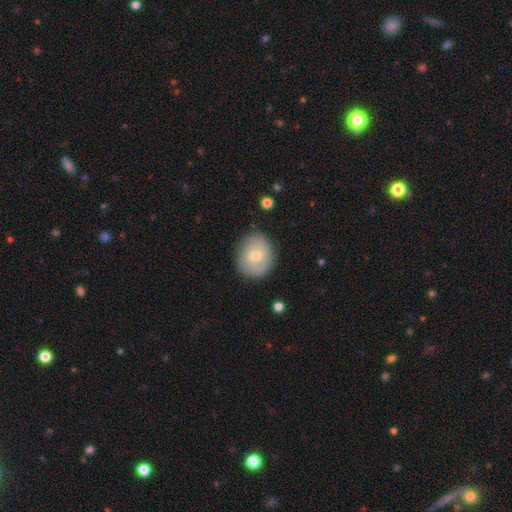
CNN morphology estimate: Smooth or featured? Predicted: smooth (p=0.63). How rounded? Predicted: round (p=0.60). Merging? Predicted: none (p=0.80).